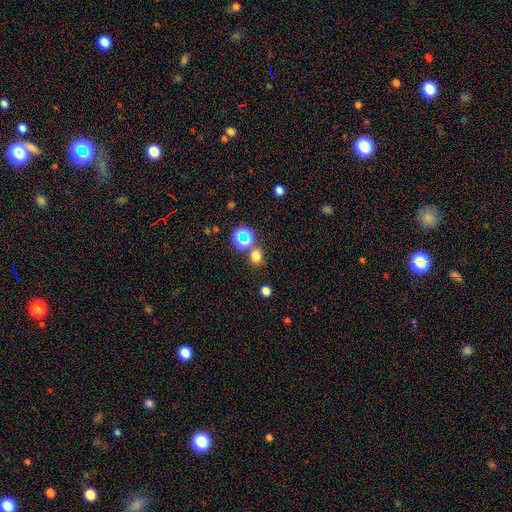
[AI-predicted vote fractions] This appears to be a smooth galaxy with no disk features (66%) that is round (78%). Merging: none (73%).